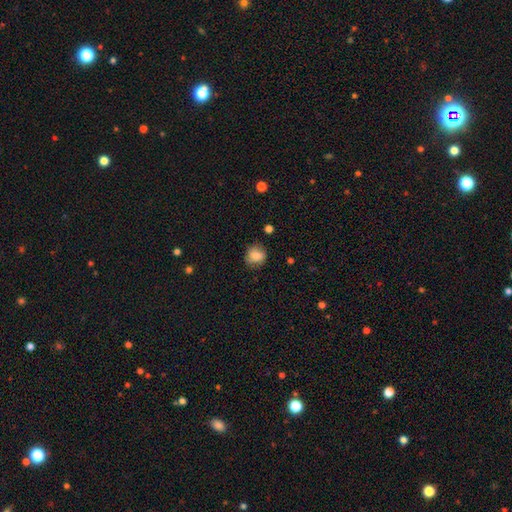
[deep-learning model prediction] This appears to be a smooth galaxy with no disk features (80%) that is round (68%). Merging: none (72%).